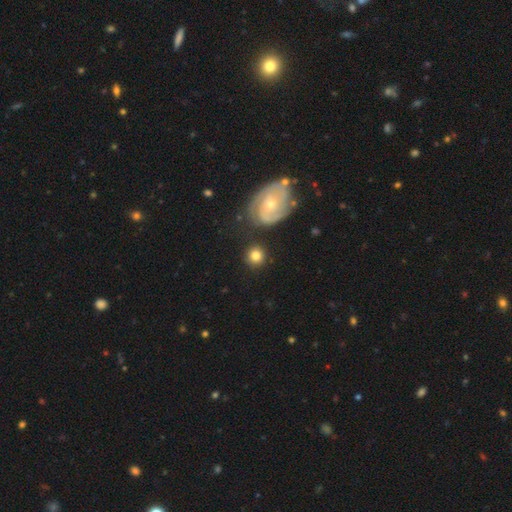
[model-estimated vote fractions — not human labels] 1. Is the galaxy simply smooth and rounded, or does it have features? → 73% smooth, 19% featured or disk, 8% star or artifact.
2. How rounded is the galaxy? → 90% round, 9% in between, 1% cigar-shaped.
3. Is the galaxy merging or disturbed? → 82% none, 9% minor disturbance, 5% merger, 3% major disturbance.